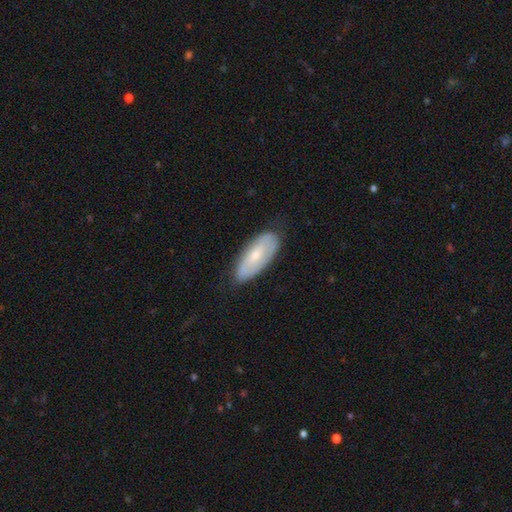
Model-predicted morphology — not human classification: This is possibly a smooth galaxy (47%, tied with featured or disk). Merging: likely none (77%).